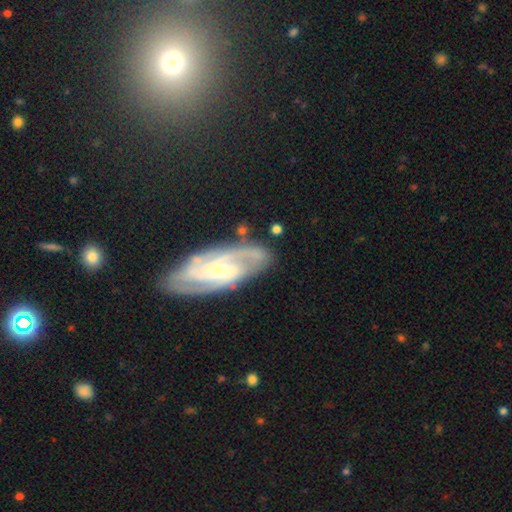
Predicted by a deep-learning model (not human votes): This is clearly a featured or disk galaxy (84%). It is clearly not viewed edge-on (93%). Bar: marginally no (42%). Spiral arm pattern: clearly yes (97%). Spiral arm count: possibly 2 (49%). Spiral winding: possibly tight (49%). Central bulge: likely small (66%). Merging: likely none (78%).